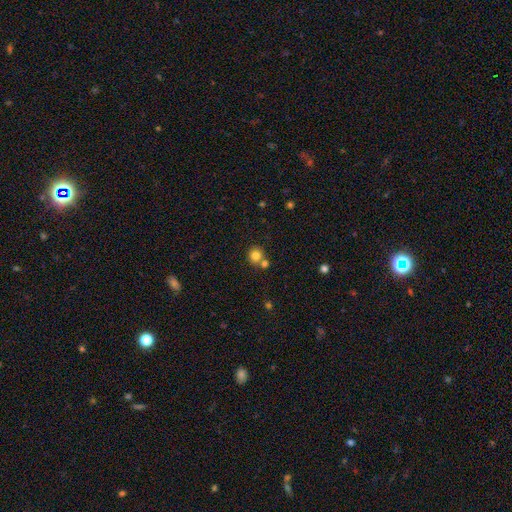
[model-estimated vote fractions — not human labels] Morphology: type=smooth (81%); roundness=round (88%); merging=none (60%).